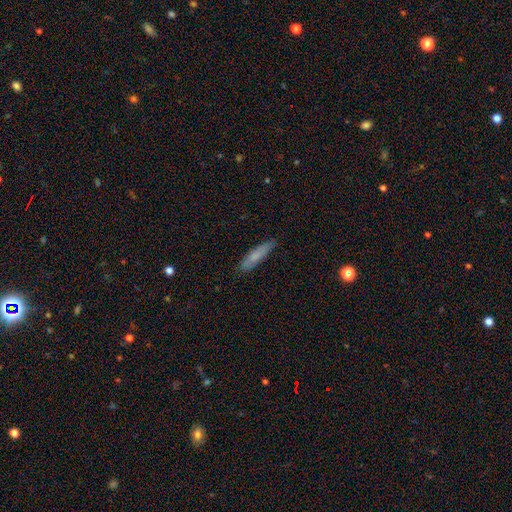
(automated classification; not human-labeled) A smooth galaxy with no disk features (74%) that is cigar-shaped (83%). Merging: none (83%).